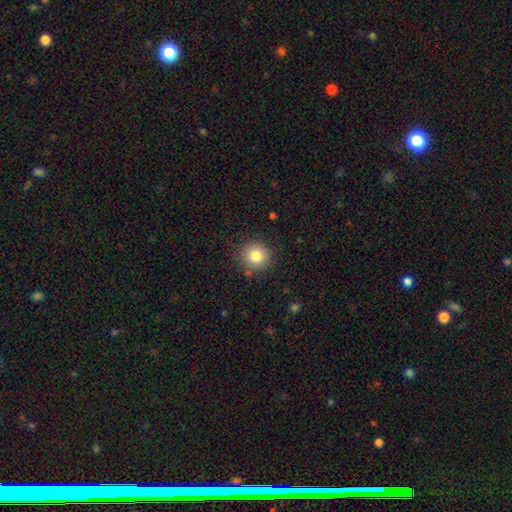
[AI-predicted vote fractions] Overall: smooth (82%). How rounded: round (93%). Merging: none (87%).